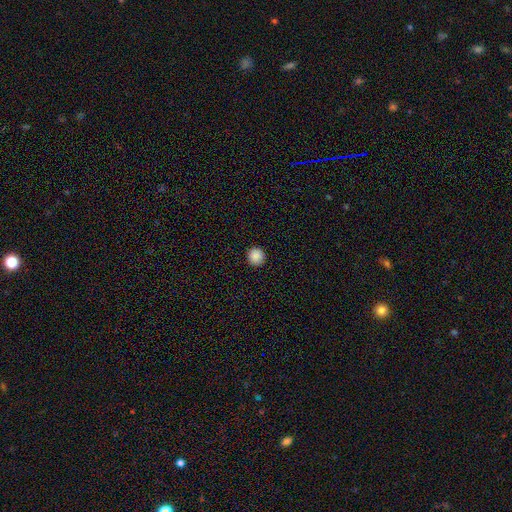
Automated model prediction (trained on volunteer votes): Q: Smooth or featured?
A: smooth (89%); runner-up: star or artifact (9%)
Q: How rounded?
A: round (95%); runner-up: in between (4%)
Q: Merging?
A: none (93%); runner-up: minor disturbance (5%)